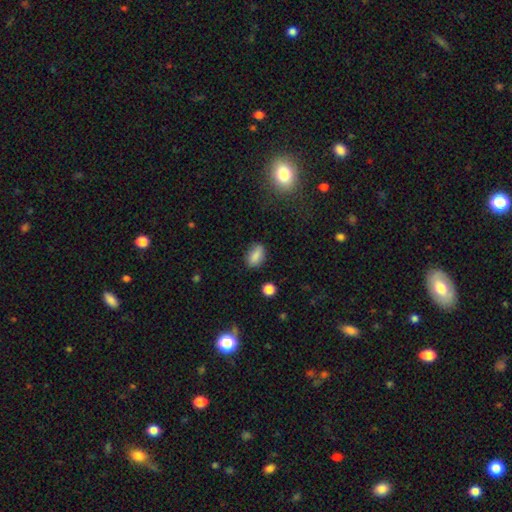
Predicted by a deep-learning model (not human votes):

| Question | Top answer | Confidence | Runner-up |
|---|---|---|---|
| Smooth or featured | smooth | 84% | star or artifact (10%) |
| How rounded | in between | 85% | round (10%) |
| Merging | none | 78% | minor disturbance (16%) |